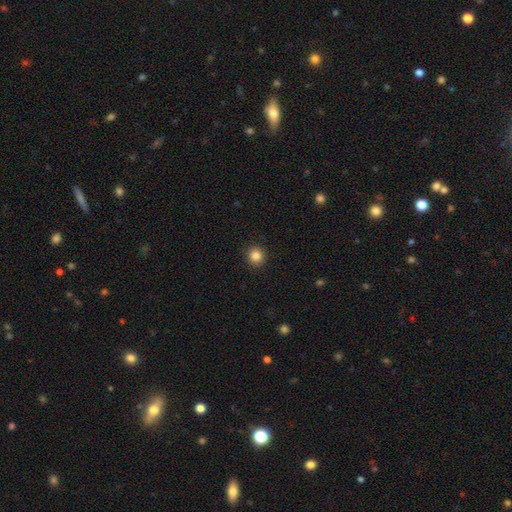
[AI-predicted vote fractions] smooth-or-featured: smooth: 85% | star or artifact: 11% | featured or disk: 4%
  how-rounded: round: 93% | in between: 6% | cigar-shaped: 1%
  merging: none: 92% | minor disturbance: 5% | major disturbance: 2% | merger: 1%